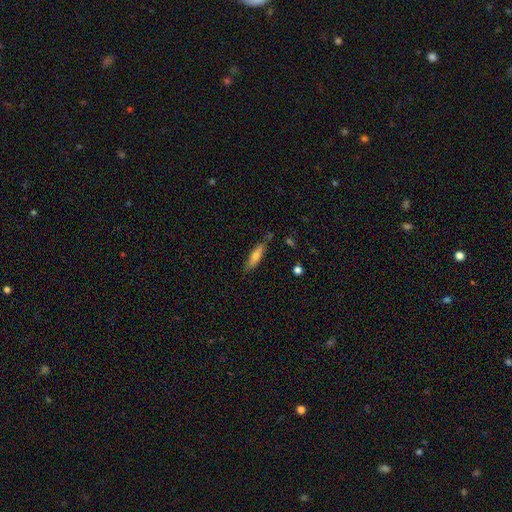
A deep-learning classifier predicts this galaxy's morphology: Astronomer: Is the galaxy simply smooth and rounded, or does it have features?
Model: smooth — 68%.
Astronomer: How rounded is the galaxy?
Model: cigar-shaped — 69%.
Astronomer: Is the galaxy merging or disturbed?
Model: none — 77%.